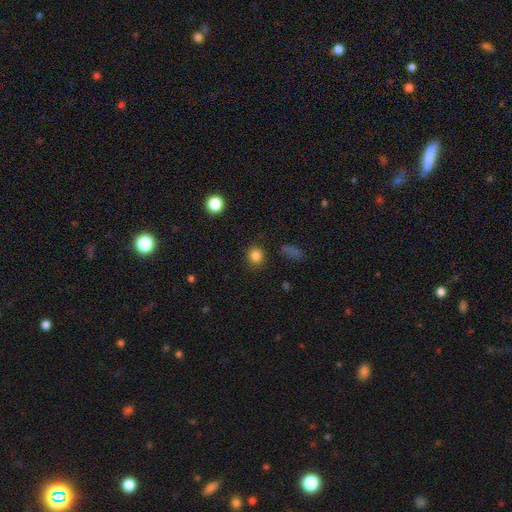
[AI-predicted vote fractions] Smooth or featured: smooth — 82% (star or artifact — 13%)
How rounded: round — 87% (in between — 12%)
Merging: none — 87% (minor disturbance — 8%)